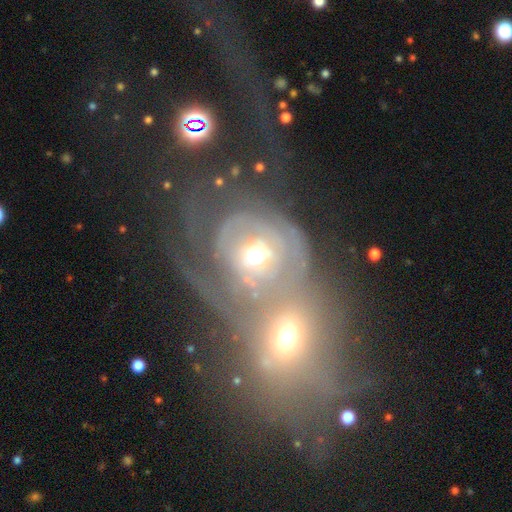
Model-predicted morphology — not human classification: A featured or disk galaxy (67%) with no bar (57%), spiral arms (62%) and a moderate central bulge (65%). Merging: merger (42%).